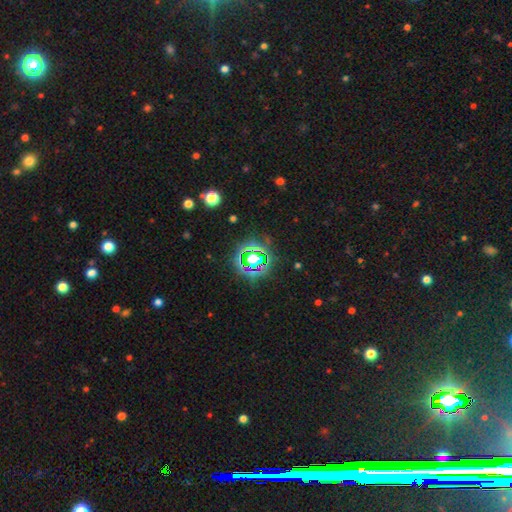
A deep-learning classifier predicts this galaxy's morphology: A star or artifact, not a galaxy (75%).